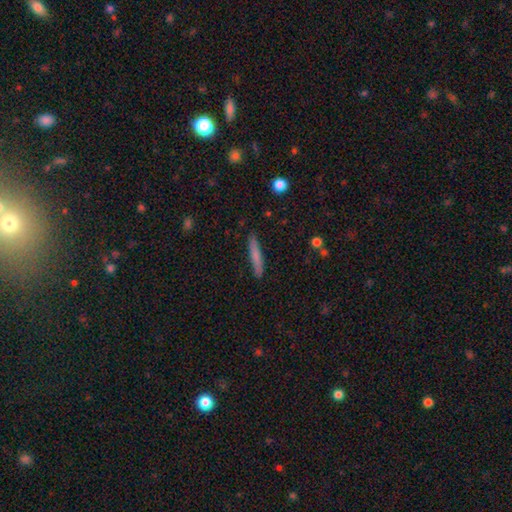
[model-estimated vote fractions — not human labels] The model was most divided on "smooth or featured": smooth: 72%, featured or disk: 22%, star or artifact: 6%. More confident: how rounded — cigar-shaped (94%); merging — none (87%).